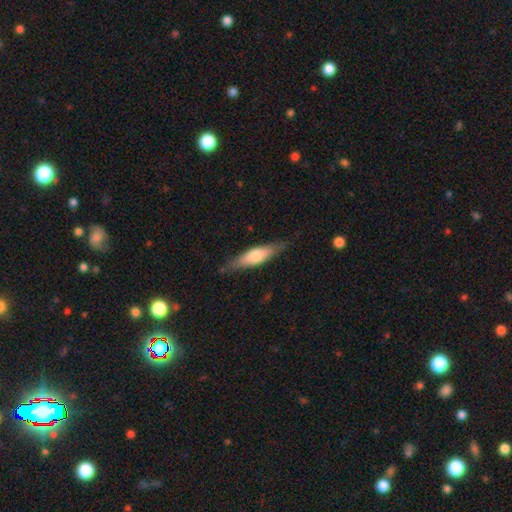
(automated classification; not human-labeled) A smooth galaxy with no disk features (58%) that is cigar-shaped (64%).

Vote fractions:
- Smooth or featured? smooth: 58% / featured or disk: 36% / star or artifact: 6%
- How rounded? cigar-shaped: 64% / in between: 34% / round: 2%
- Merging? none: 81% / minor disturbance: 15% / major disturbance: 3% / merger: 1%